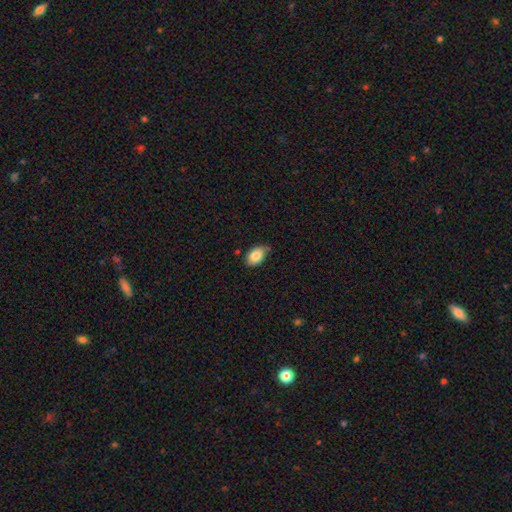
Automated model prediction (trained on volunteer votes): This is clearly a smooth galaxy (85%). How rounded: clearly in between (88%). Merging: likely none (71%).